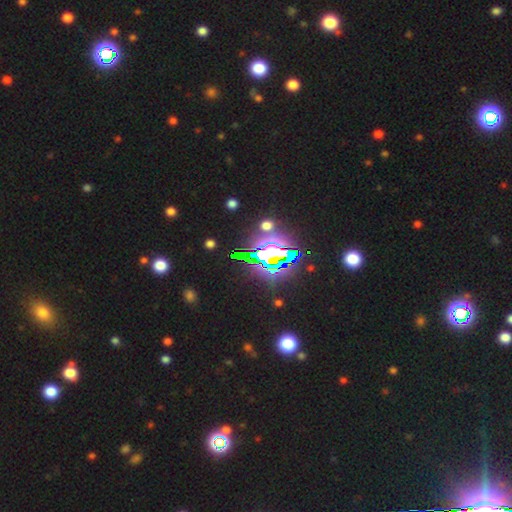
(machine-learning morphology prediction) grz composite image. It shows a star or artifact, not a galaxy (78%).